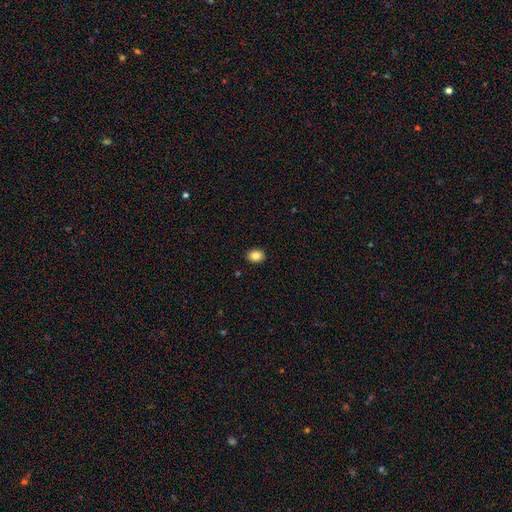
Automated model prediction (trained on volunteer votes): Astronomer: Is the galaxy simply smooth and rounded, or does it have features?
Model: smooth — 84%.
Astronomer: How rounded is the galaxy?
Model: in between — 52% (runner-up: round, 47%).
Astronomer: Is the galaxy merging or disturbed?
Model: none — 90%.